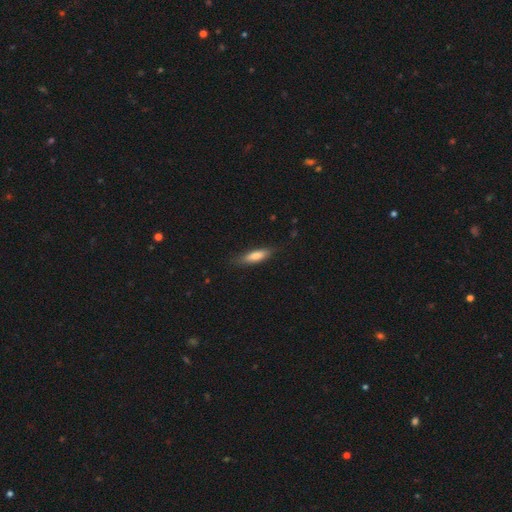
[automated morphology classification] Overall: smooth (74%). How rounded: cigar-shaped (61%; in between 37%). Merging: none (78%).